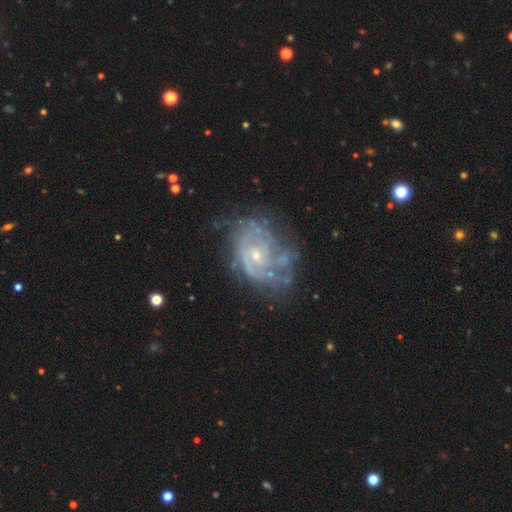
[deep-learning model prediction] The model was most divided on "spiral arm count": can't tell: 39%, 2: 26%, 3: 17%, 4: 7%, 1: 6%, more than 4: 5%. More confident: edge-on disk — no (97%); spiral arms — yes (89%); smooth or featured — featured or disk (85%); bulge size — small (69%); bar — no (65%); spiral winding — tight (58%); merging — none (52%).